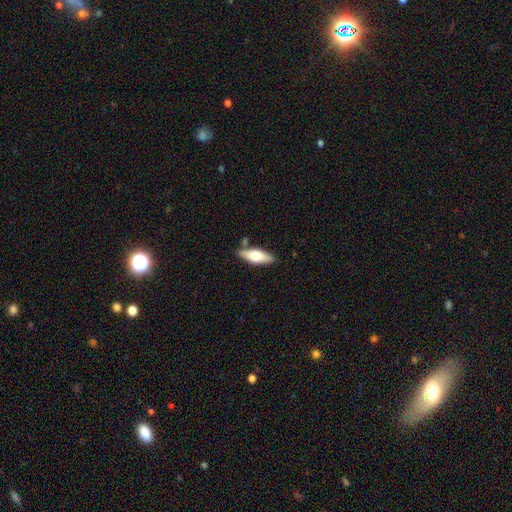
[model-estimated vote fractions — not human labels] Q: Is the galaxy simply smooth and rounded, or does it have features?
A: smooth — 60%.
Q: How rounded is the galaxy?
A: in between — 61%.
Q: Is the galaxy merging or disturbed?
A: none — 79%.